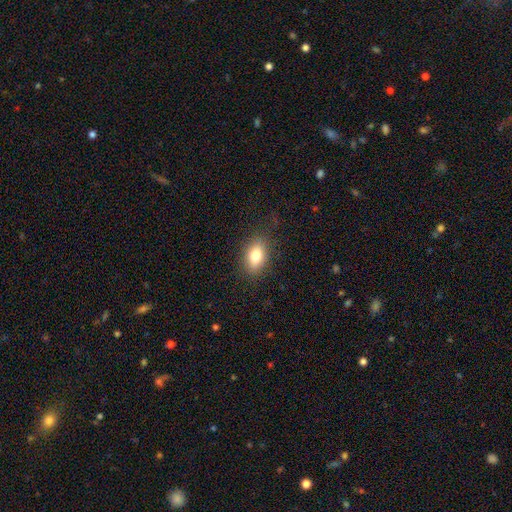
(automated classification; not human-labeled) Morphology: type=smooth (80%); roundness=in between (85%); merging=none (83%).